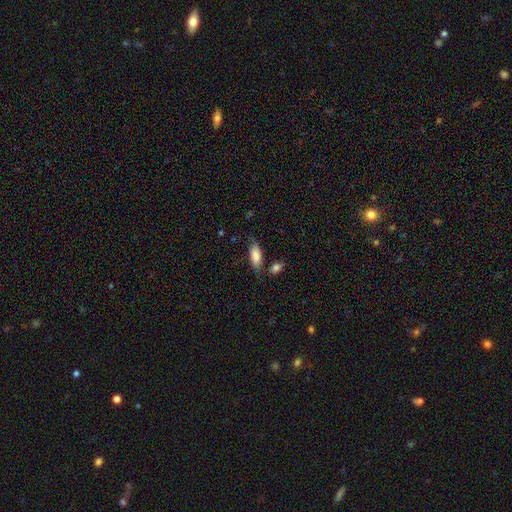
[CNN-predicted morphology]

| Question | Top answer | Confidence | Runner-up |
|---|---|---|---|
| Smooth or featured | smooth | 84% | featured or disk (10%) |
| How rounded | in between | 81% | cigar-shaped (16%) |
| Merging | none | 68% | minor disturbance (19%) |